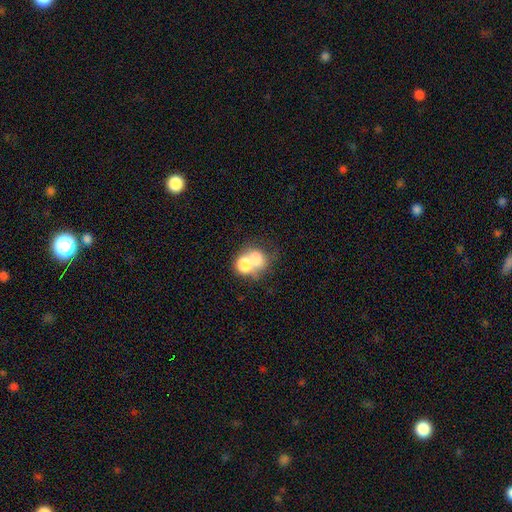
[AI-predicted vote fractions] smooth 69%, featured or disk 20%, star or artifact 11%. Down the decision tree: how rounded — round (57%); merging — merger (65%).